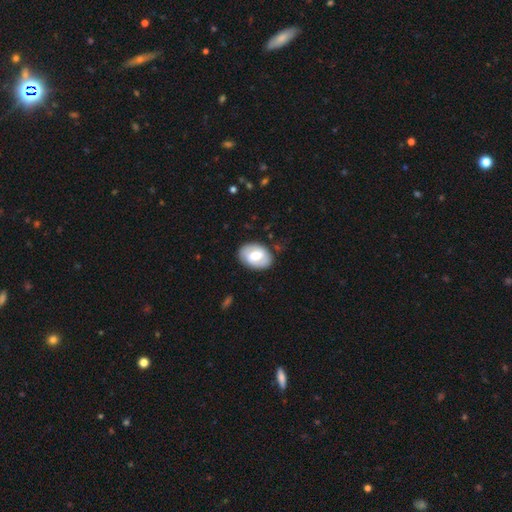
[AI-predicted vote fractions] Q: Smooth or featured?
A: featured or disk (53%); runner-up: smooth (41%)
Q: Edge-on disk?
A: no (95%); runner-up: yes (5%)
Q: Bar?
A: weak (47%); runner-up: no (30%)
Q: Spiral arms?
A: yes (57%); runner-up: no (43%)
Q: Bulge size?
A: moderate (65%); runner-up: large (23%)
Q: Merging?
A: none (82%); runner-up: minor disturbance (13%)